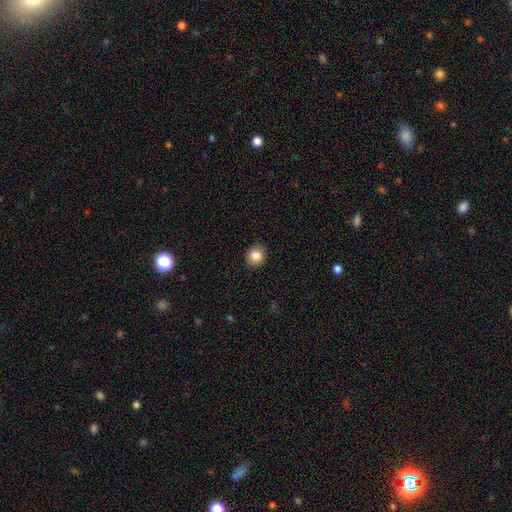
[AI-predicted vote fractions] A smooth galaxy with no disk features (85%) that is round (70%).

Vote fractions:
- Smooth or featured? smooth: 85% / star or artifact: 10% / featured or disk: 6%
- How rounded? round: 70% / in between: 29% / cigar-shaped: 1%
- Merging? none: 89% / minor disturbance: 8% / major disturbance: 2% / merger: 1%